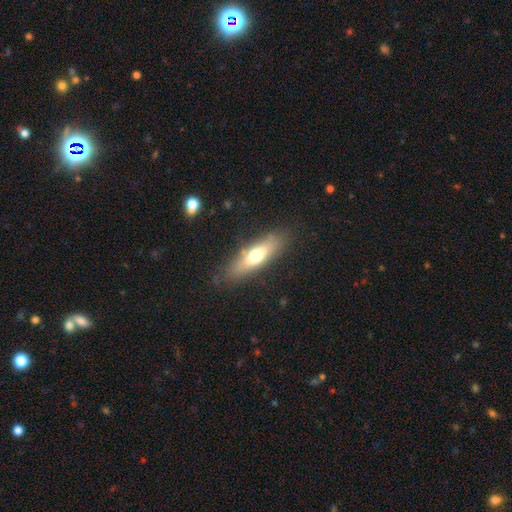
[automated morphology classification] smooth-or-featured: smooth: 59% | featured or disk: 34% | star or artifact: 7%
  how-rounded: cigar-shaped: 52% | in between: 46% | round: 3%
  merging: none: 81% | minor disturbance: 13% | major disturbance: 4% | merger: 2%